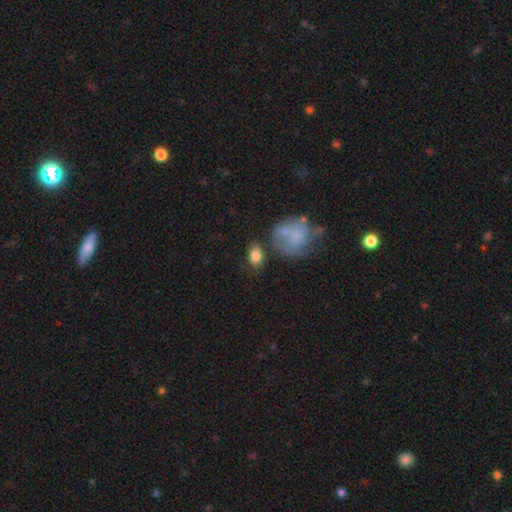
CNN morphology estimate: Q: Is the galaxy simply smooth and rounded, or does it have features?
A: smooth — 84%.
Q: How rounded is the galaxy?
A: in between — 79%.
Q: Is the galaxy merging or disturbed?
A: none — 71%.